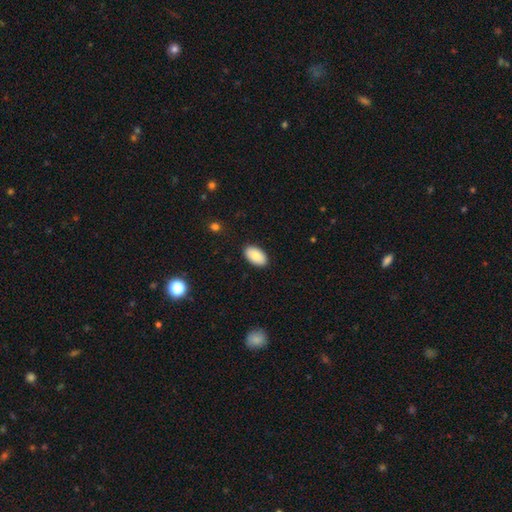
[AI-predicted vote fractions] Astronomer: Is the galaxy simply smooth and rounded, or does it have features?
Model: smooth — 84%.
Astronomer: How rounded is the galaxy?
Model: in between — 95%.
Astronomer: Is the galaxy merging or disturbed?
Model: none — 88%.